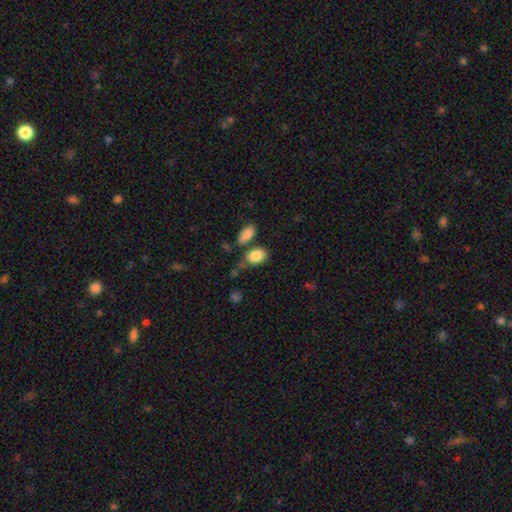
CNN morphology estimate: This is clearly a smooth galaxy (86%). How rounded: clearly in between (83%). Merging: likely none (61%).